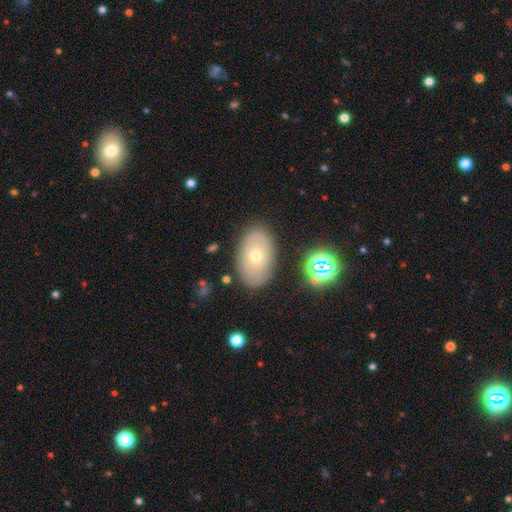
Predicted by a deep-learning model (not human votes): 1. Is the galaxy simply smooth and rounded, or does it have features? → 56% smooth, 34% featured or disk, 11% star or artifact.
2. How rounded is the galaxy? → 89% in between, 10% round, 1% cigar-shaped.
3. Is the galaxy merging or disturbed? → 82% none, 12% minor disturbance, 4% major disturbance, 2% merger.